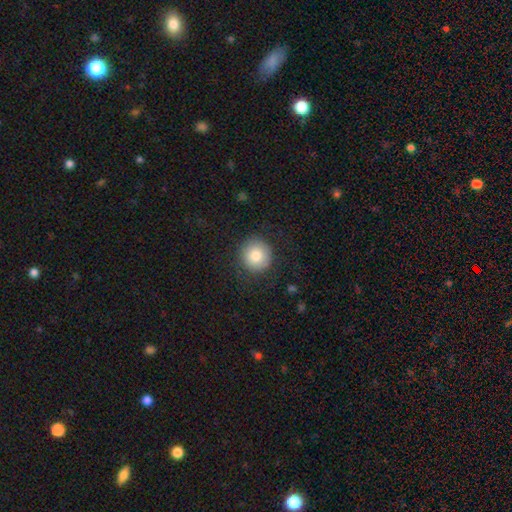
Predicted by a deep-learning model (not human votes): smooth 83%, star or artifact 9%, featured or disk 8%. Down the decision tree: how rounded — round (94%); merging — none (86%).